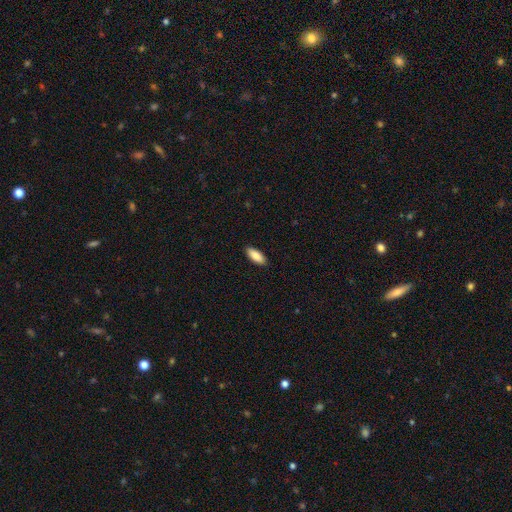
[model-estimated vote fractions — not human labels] Smooth or featured? Predicted: smooth (p=0.88). How rounded? Predicted: in between (p=0.81). Merging? Predicted: none (p=0.90).